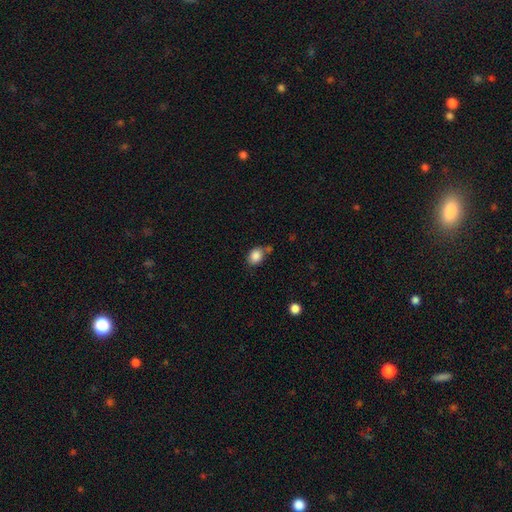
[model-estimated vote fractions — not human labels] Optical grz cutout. It shows a smooth galaxy with no disk features (86%) that is in between round and cigar-shaped (52%). Merging: none (65%).